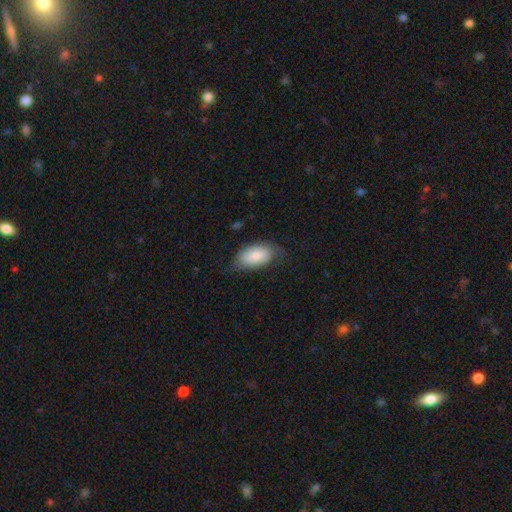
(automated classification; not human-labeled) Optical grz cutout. It shows a smooth galaxy with no disk features (79%) that is in between round and cigar-shaped (94%). Merging: none (62%).